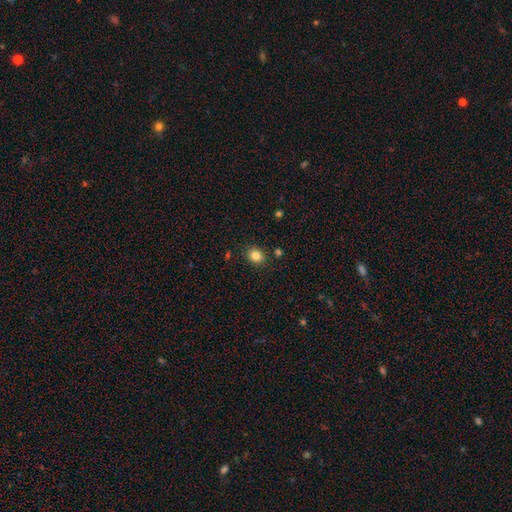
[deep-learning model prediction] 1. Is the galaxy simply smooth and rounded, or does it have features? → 84% smooth, 11% star or artifact, 5% featured or disk.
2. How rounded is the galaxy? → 64% round, 35% in between, 1% cigar-shaped.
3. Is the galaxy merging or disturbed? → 87% none, 8% minor disturbance, 2% merger, 2% major disturbance.